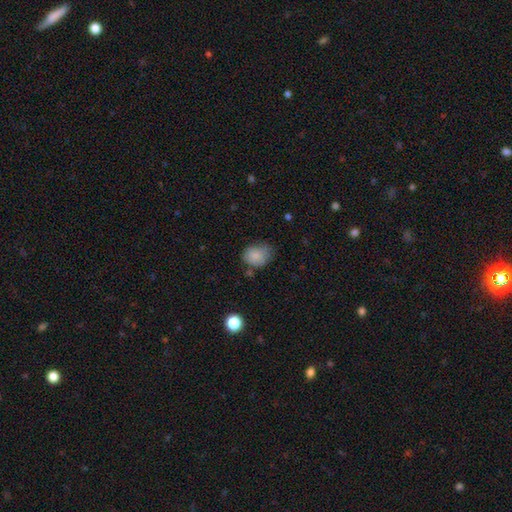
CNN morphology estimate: A smooth galaxy with no disk features (83%) that is in between round and cigar-shaped (62%).

Vote fractions:
- Smooth or featured? smooth: 83% / star or artifact: 9% / featured or disk: 8%
- How rounded? in between: 62% / round: 37% / cigar-shaped: 1%
- Merging? none: 57% / minor disturbance: 31% / major disturbance: 8% / merger: 4%